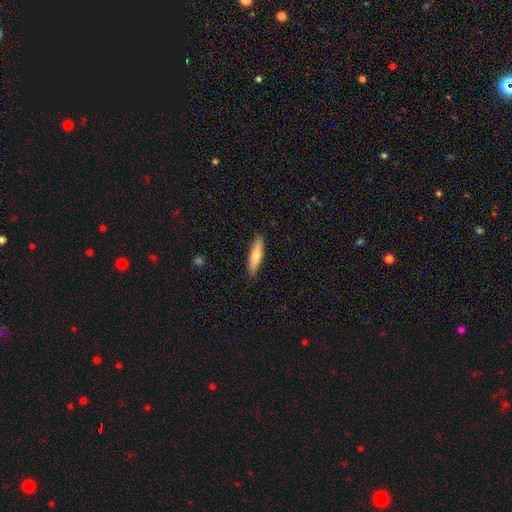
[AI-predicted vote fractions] Smooth or featured? Predicted: smooth (p=0.70). How rounded? Predicted: cigar-shaped (p=0.77). Merging? Predicted: none (p=0.87).